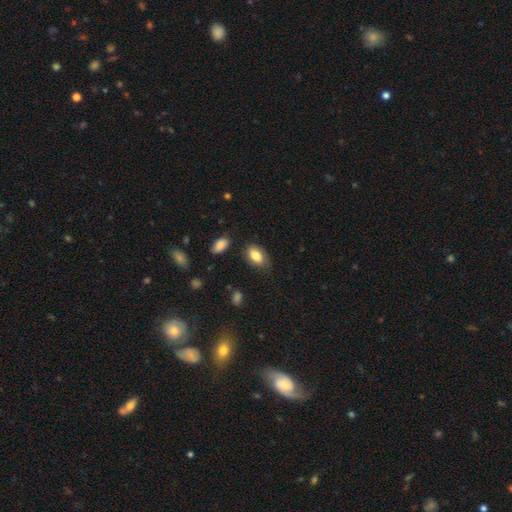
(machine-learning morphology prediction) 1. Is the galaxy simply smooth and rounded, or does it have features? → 81% smooth, 12% featured or disk, 7% star or artifact.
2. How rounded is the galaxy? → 92% in between, 6% round, 3% cigar-shaped.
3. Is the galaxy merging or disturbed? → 71% none, 21% minor disturbance, 5% major disturbance, 3% merger.